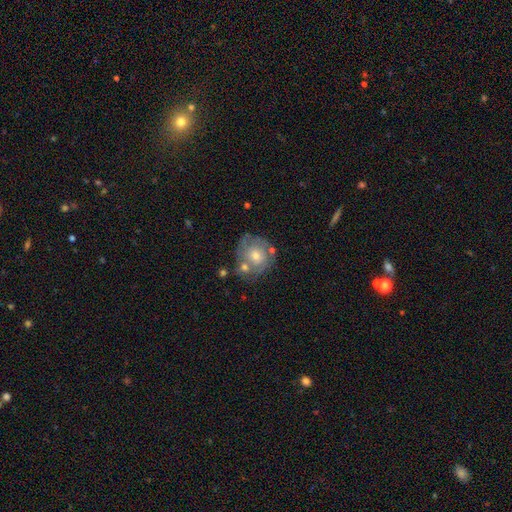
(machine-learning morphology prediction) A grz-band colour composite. It shows a featured or disk galaxy (63%) with no bar (79%), spiral arms (72%) and a moderate central bulge (57%). Merging: none (60%).